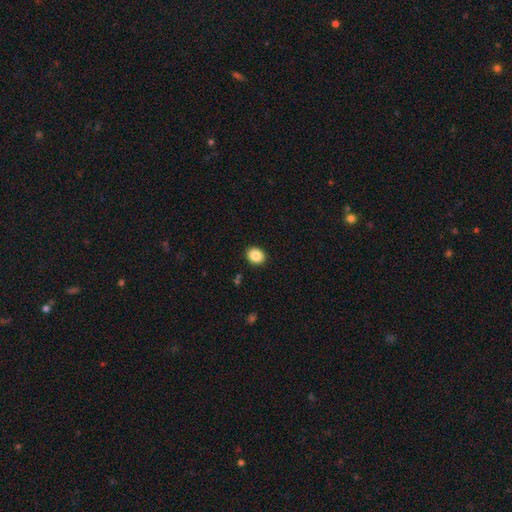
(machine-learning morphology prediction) smooth-or-featured: smooth: 87% | star or artifact: 9% | featured or disk: 4%
  how-rounded: round: 61% | in between: 38% | cigar-shaped: 1%
  merging: none: 91% | minor disturbance: 6% | major disturbance: 2% | merger: 1%